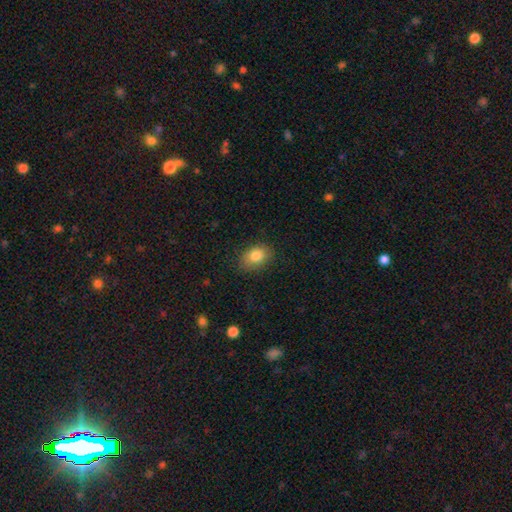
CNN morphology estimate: A smooth galaxy with no disk features (83%) that is in between round and cigar-shaped (76%).

Vote fractions:
- Smooth or featured? smooth: 83% / star or artifact: 9% / featured or disk: 8%
- How rounded? in between: 76% / round: 23% / cigar-shaped: 1%
- Merging? none: 82% / minor disturbance: 13% / major disturbance: 3% / merger: 1%